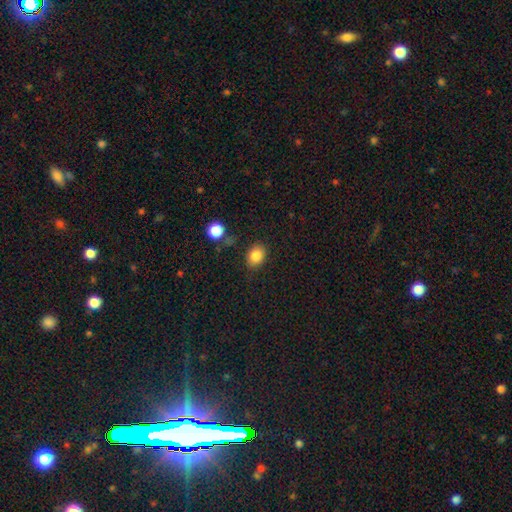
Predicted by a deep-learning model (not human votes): Smooth or featured? Predicted: smooth (p=0.85). How rounded? Predicted: in between (p=0.61). Merging? Predicted: none (p=0.80).